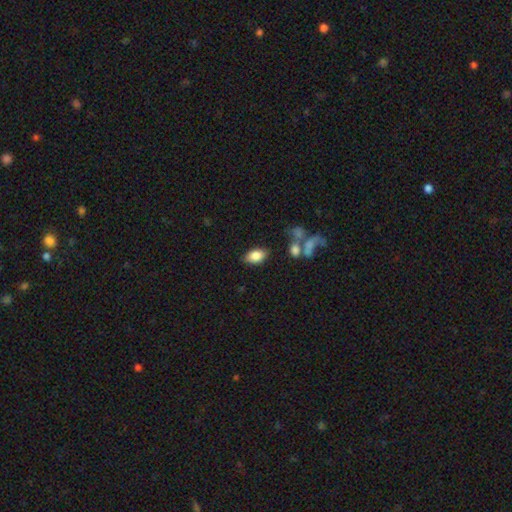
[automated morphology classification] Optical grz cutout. It shows a smooth galaxy with no disk features (83%) that is in between round and cigar-shaped (90%). Merging: none (79%).